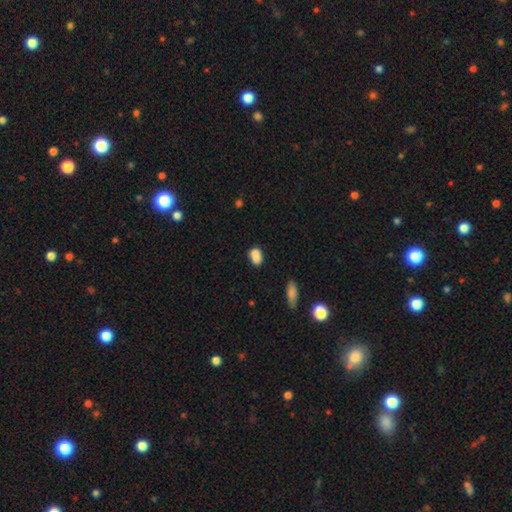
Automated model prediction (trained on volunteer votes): This appears to be a smooth galaxy with no disk features (86%) that is in between round and cigar-shaped (80%). Merging: none (72%).